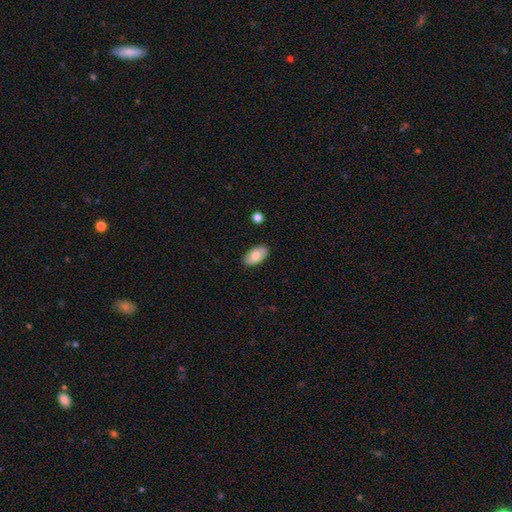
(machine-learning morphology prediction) Smooth or featured? smooth (79%)
How rounded? in between (95%)
Merging? none (87%)